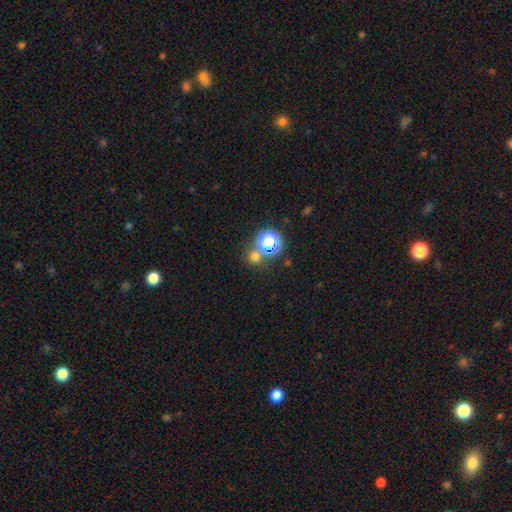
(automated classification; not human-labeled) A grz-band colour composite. It shows a smooth galaxy with no disk features (57%) that is round (88%). Merging: none (68%).